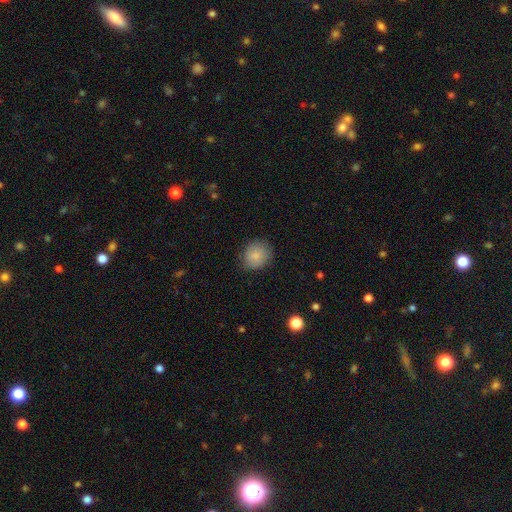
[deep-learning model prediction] smooth_or_featured: smooth (p=0.84) [alt: featured or disk p=0.08]
how_rounded: round (p=0.74) [alt: in between p=0.25]
merging: none (p=0.79) [alt: minor disturbance p=0.16]